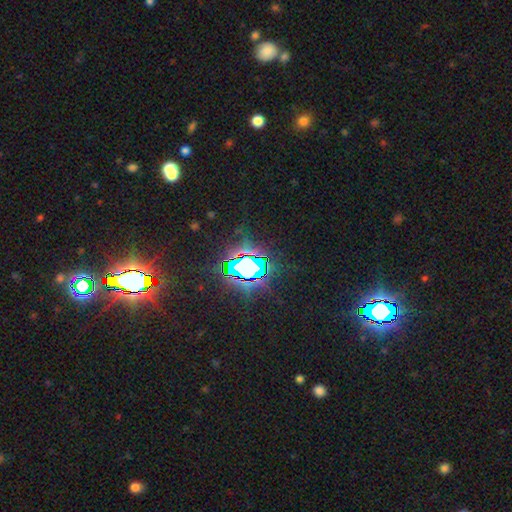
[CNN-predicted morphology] type=star or artifact (79%).